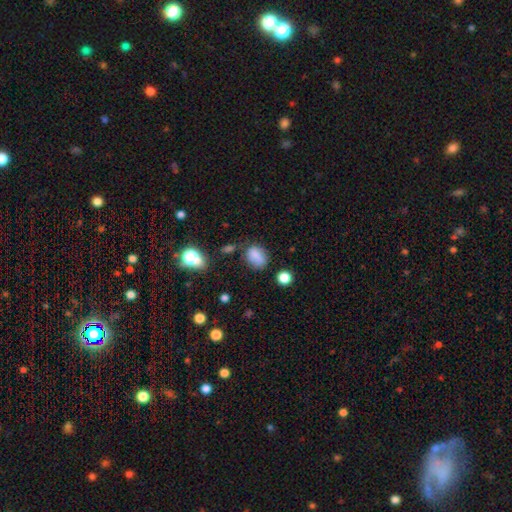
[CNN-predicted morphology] type=smooth (80%); roundness=in between (70%); merging=none (62%).